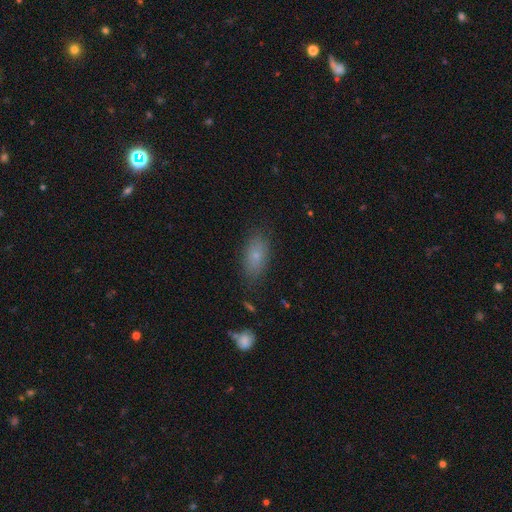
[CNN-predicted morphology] This appears to be a smooth galaxy with no disk features (76%) that is in between round and cigar-shaped (87%). Merging: none (79%).